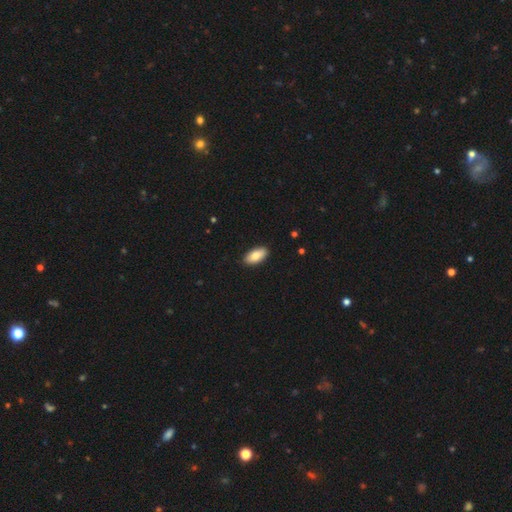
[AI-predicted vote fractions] Overall: smooth (84%). How rounded: in between (91%). Merging: none (89%).